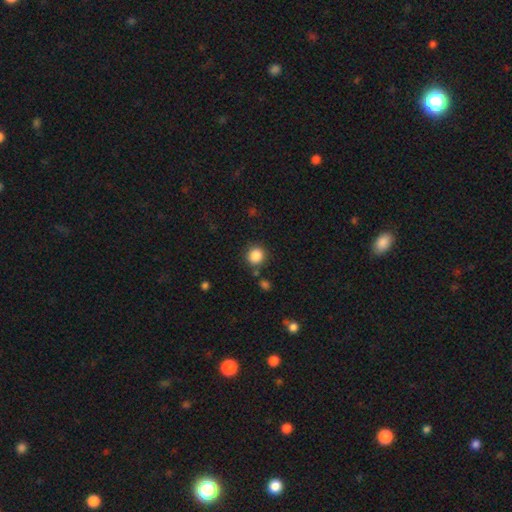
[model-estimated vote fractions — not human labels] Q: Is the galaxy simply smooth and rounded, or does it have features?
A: smooth — 86%.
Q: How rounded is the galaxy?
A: round — 85%.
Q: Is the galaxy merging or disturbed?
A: none — 82%.